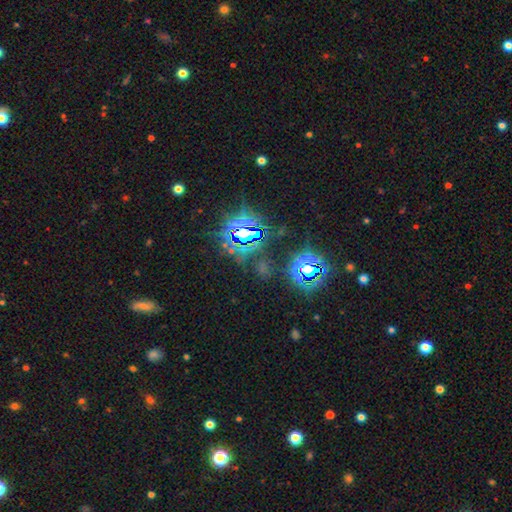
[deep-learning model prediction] smooth_or_featured: star or artifact (p=0.77) [alt: smooth p=0.15]